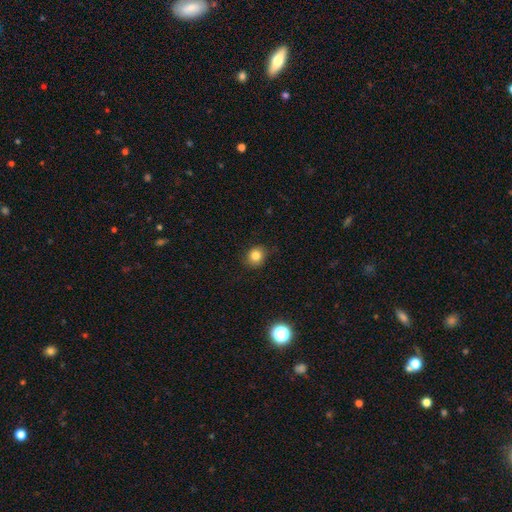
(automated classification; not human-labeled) Smooth or featured? Predicted: smooth (p=0.82). How rounded? Predicted: round (p=0.81). Merging? Predicted: none (p=0.85).